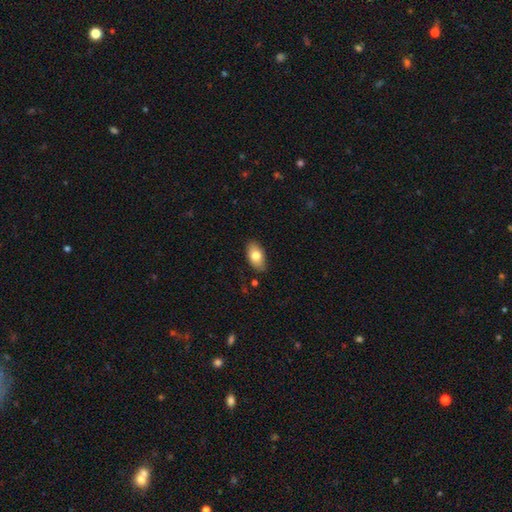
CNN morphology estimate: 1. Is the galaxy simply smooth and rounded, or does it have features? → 77% smooth, 16% featured or disk, 7% star or artifact.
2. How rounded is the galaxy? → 93% in between, 5% round, 2% cigar-shaped.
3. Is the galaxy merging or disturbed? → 84% none, 13% minor disturbance, 2% major disturbance, 1% merger.